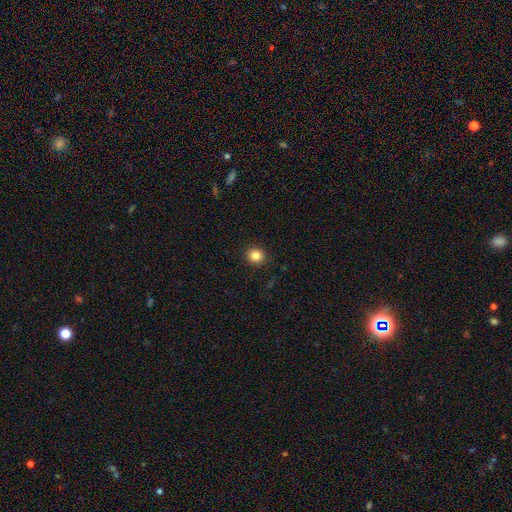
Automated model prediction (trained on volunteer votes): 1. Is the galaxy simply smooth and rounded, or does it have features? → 84% smooth, 11% star or artifact, 5% featured or disk.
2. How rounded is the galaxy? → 86% round, 13% in between, 1% cigar-shaped.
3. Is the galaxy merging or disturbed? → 91% none, 6% minor disturbance, 2% major disturbance, 1% merger.